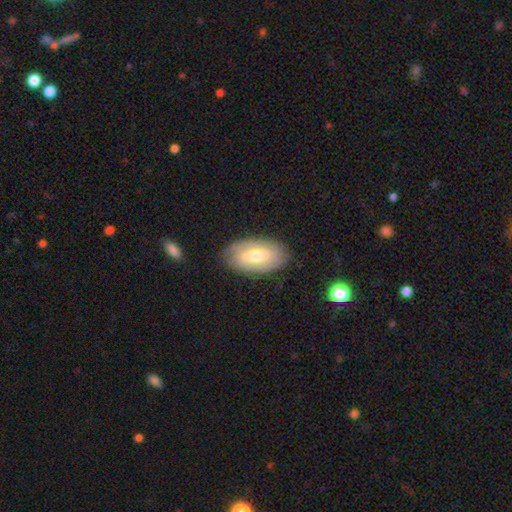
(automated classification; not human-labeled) Smooth or featured: featured or disk — 51% (smooth — 42%)
Edge-on disk: no — 88% (yes — 12%)
Merging: none — 82% (minor disturbance — 13%)